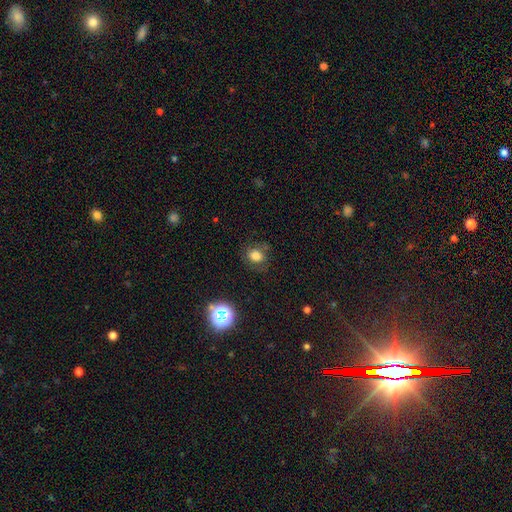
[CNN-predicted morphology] Smooth or featured? smooth (74%)
How rounded? round (66%)
Merging? none (72%)